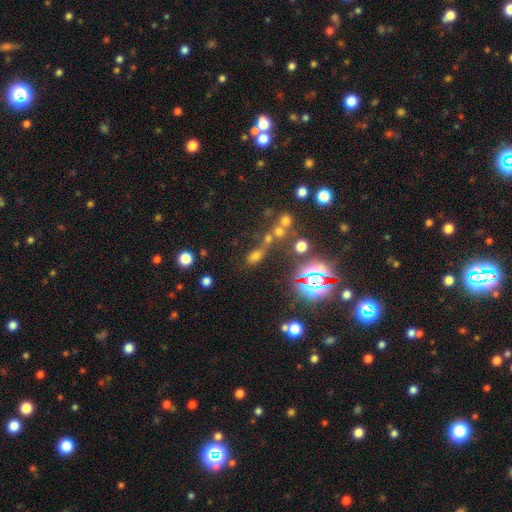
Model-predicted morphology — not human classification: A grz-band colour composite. It shows a smooth galaxy with no disk features (50%) that is in between round and cigar-shaped (65%). Merging: none (49%).